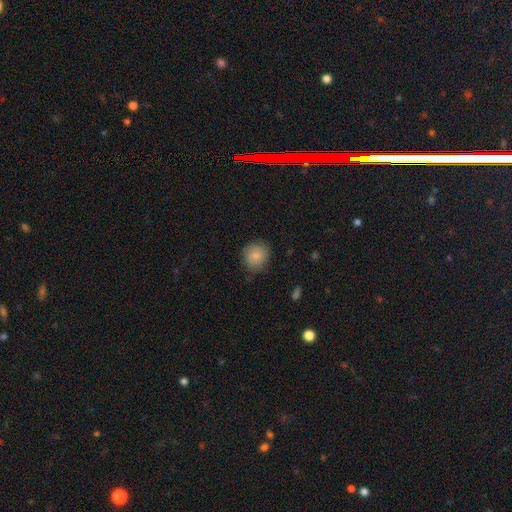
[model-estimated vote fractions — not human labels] A smooth galaxy with no disk features (84%) that is round (87%). Merging: none (81%).